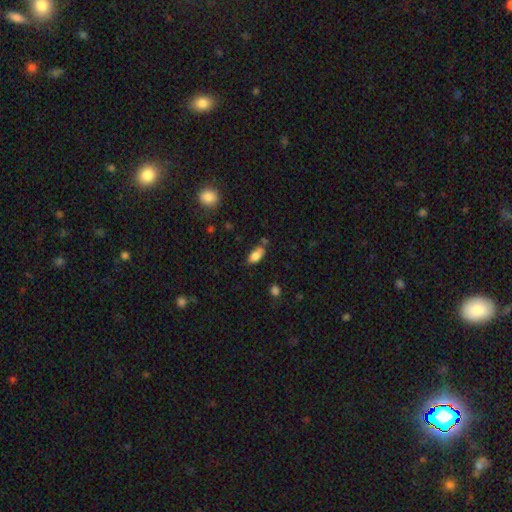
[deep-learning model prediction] A smooth galaxy with no disk features (81%) that is in between round and cigar-shaped (89%).

Vote fractions:
- Smooth or featured? smooth: 81% / featured or disk: 10% / star or artifact: 8%
- How rounded? in between: 89% / cigar-shaped: 7% / round: 4%
- Merging? none: 58% / minor disturbance: 25% / merger: 11% / major disturbance: 6%